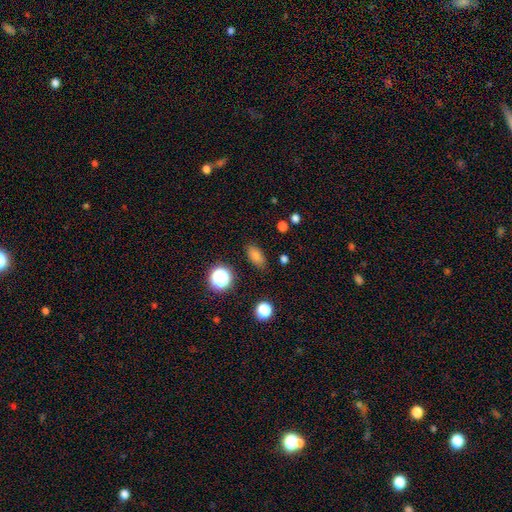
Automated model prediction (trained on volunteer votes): Morphology: type=smooth (68%); roundness=in between (80%); merging=none (85%).